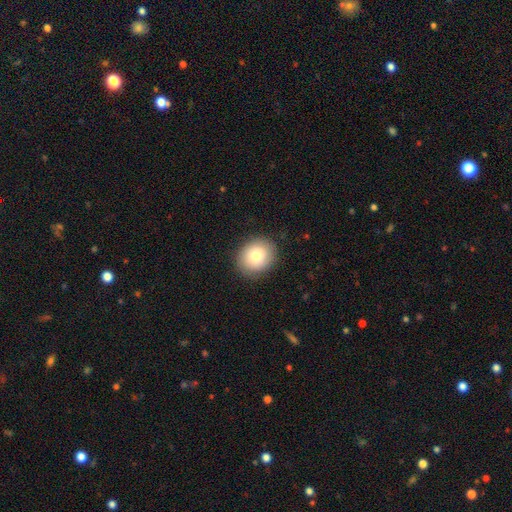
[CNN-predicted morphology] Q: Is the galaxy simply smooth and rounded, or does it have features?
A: smooth — 79%.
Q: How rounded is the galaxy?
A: round — 70%.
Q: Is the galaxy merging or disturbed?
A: none — 87%.